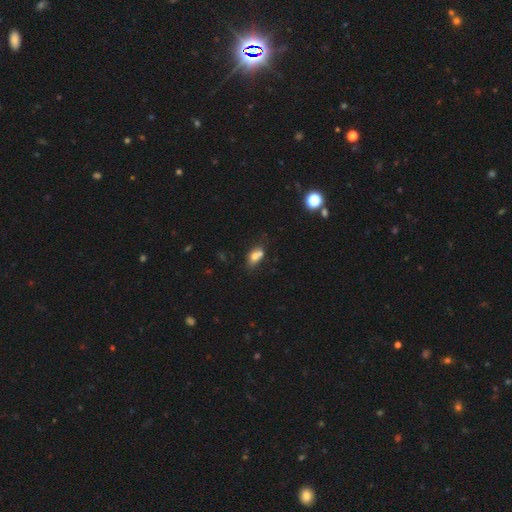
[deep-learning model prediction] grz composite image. It shows a smooth galaxy with no disk features (70%) that is in between round and cigar-shaped (69%). Merging: merger (44%).